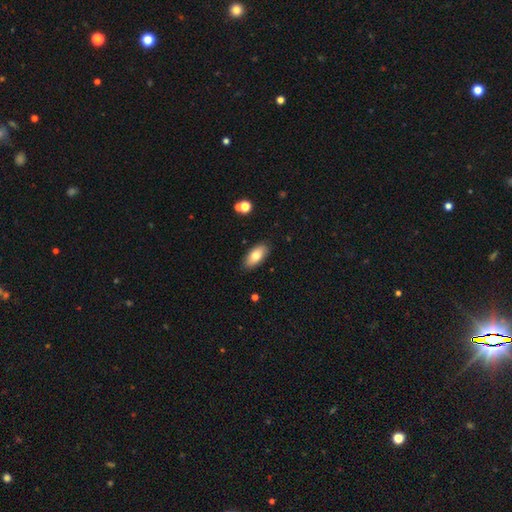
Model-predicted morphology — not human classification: Smooth or featured? Predicted: smooth (p=0.75). How rounded? Predicted: in between (p=0.90). Merging? Predicted: none (p=0.87).